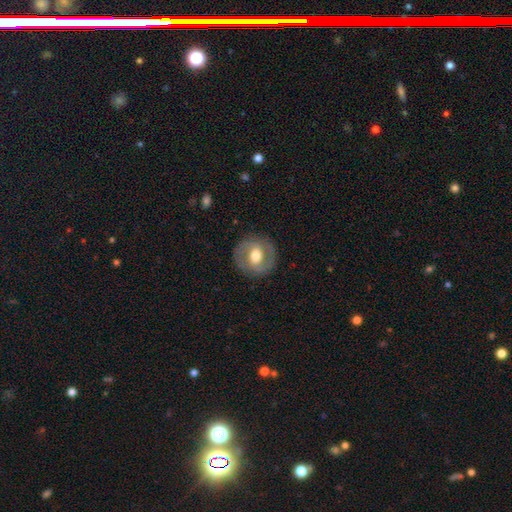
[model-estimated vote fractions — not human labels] Morphology: type=featured or disk (64%); edge-on=no (97%); bar=weak (44%); spiral arms=yes (70%); bulge=moderate (69%); merging=none (86%).